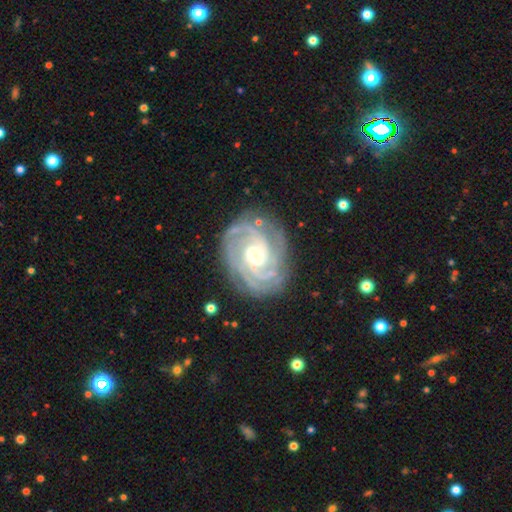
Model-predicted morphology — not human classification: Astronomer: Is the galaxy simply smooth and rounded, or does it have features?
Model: featured or disk — 91%.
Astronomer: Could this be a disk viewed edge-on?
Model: no — 97%.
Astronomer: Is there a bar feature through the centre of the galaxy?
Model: weak — 49% (runner-up: no, 33%).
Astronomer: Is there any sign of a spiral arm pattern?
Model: yes — 98%.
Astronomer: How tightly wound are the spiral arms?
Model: tight — 75%.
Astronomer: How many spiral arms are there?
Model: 3 — 29% (runner-up: 4, 27%).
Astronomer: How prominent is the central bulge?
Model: moderate — 59% (runner-up: small, 35%).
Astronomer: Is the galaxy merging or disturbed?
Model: none — 80%.